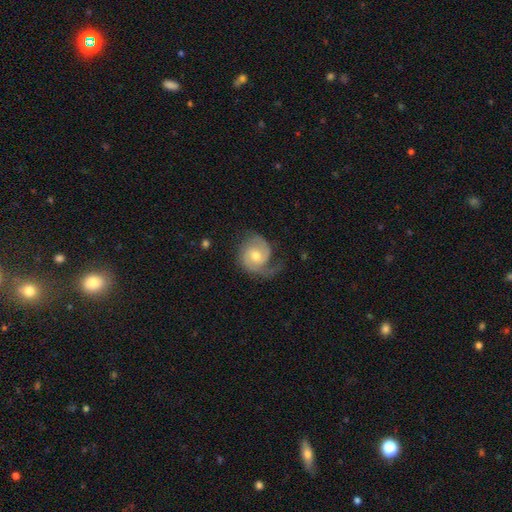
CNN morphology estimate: Smooth or featured? Predicted: featured or disk (p=0.81). Edge-on disk? Predicted: no (p=0.98). Bar? Predicted: no (p=0.62). Spiral arms? Predicted: yes (p=0.96). Spiral winding? Predicted: medium (p=0.42). Spiral arm count? Predicted: 2 (p=0.69). Bulge size? Predicted: moderate (p=0.66). Merging? Predicted: none (p=0.57).